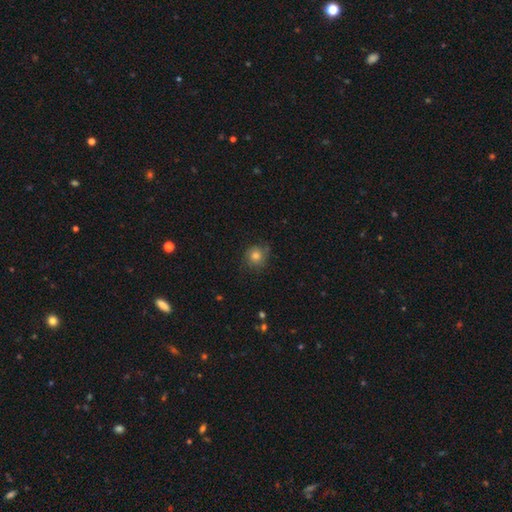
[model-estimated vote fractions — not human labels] Smooth or featured? smooth (76%)
How rounded? round (88%)
Merging? none (75%)